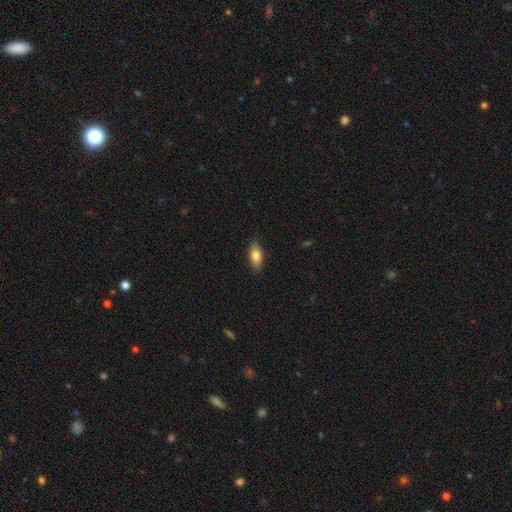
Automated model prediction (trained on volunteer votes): Q: Smooth or featured?
A: smooth (77%); runner-up: featured or disk (17%)
Q: How rounded?
A: in between (76%); runner-up: cigar-shaped (21%)
Q: Merging?
A: none (87%); runner-up: minor disturbance (10%)